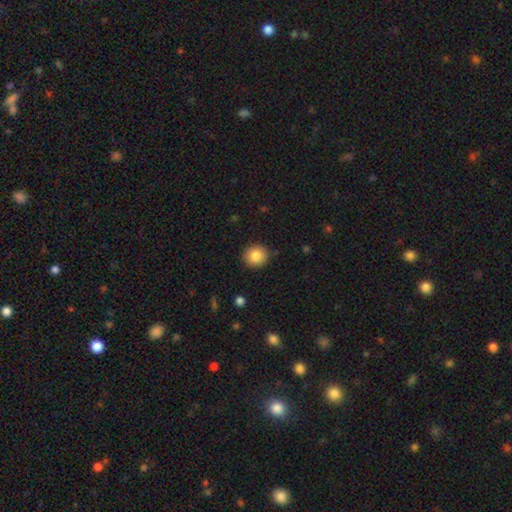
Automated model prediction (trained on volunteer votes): This appears to be a smooth galaxy with no disk features (84%) that is round (87%). Merging: none (90%).